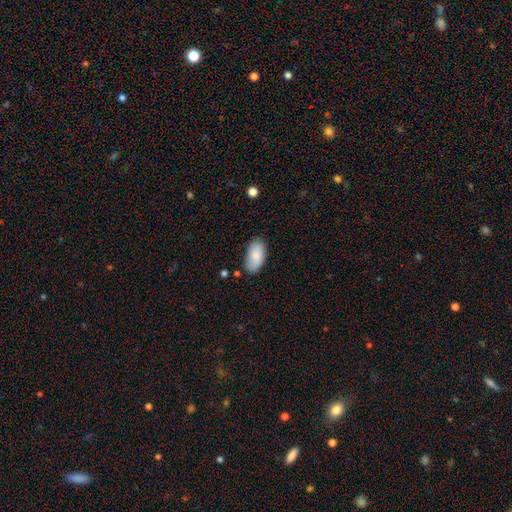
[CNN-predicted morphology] smooth-or-featured: smooth: 86% | featured or disk: 7% | star or artifact: 6%
  how-rounded: in between: 95% | cigar-shaped: 3% | round: 2%
  merging: none: 77% | minor disturbance: 18% | major disturbance: 3% | merger: 2%